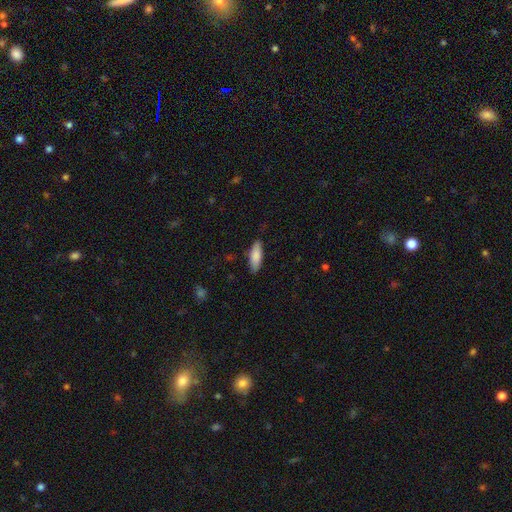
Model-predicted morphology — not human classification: Smooth or featured? Predicted: smooth (p=0.83). How rounded? Predicted: in between (p=0.61). Merging? Predicted: none (p=0.85).